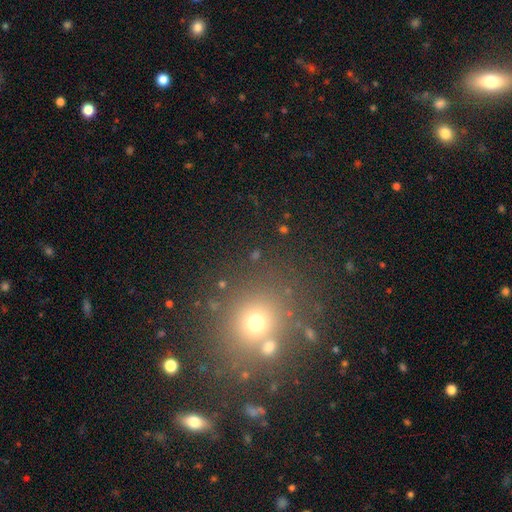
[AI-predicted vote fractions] smooth_or_featured: smooth (p=0.58) [alt: star or artifact p=0.31]
how_rounded: round (p=0.80) [alt: in between p=0.18]
merging: none (p=0.75) [alt: merger p=0.12]